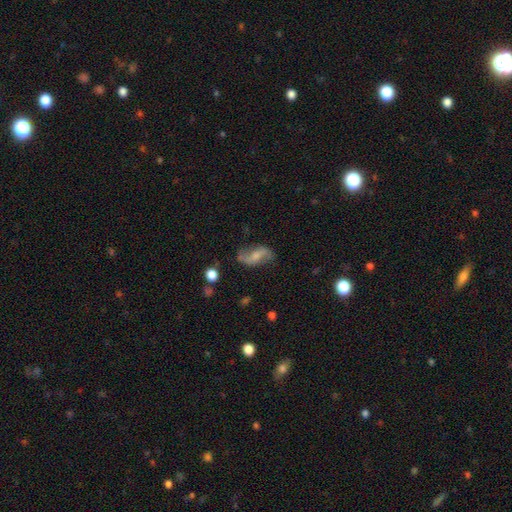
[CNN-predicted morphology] A featured or disk galaxy (76%) with a weak bar (40%), 2 (92%) loose (81%) spiral arms (92%) and a small central bulge (41%). Merging: none (72%).